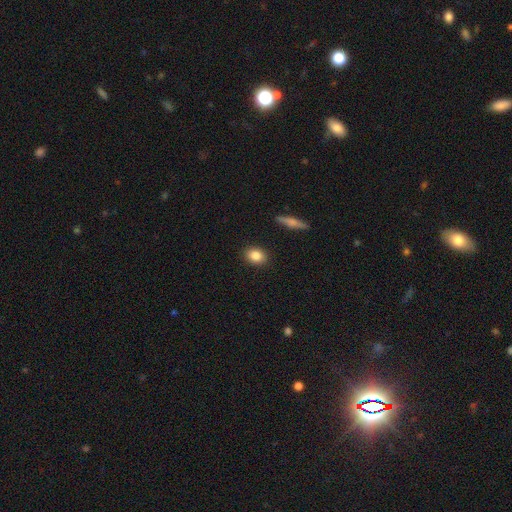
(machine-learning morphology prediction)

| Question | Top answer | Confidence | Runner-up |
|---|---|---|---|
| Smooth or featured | smooth | 84% | star or artifact (8%) |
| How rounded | in between | 61% | round (36%) |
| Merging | none | 89% | minor disturbance (7%) |